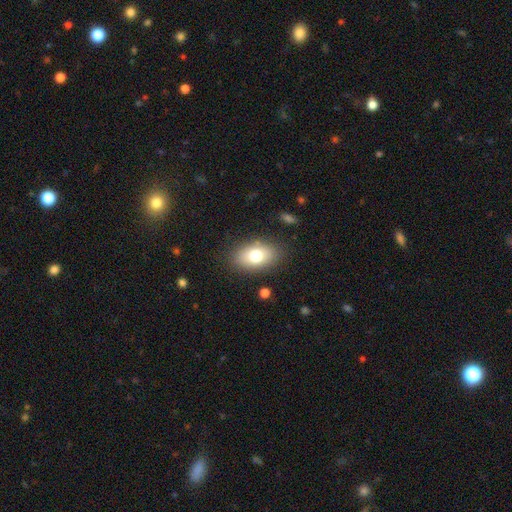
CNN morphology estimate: smooth-or-featured: smooth: 75% | featured or disk: 16% | star or artifact: 9%
  how-rounded: in between: 87% | round: 11% | cigar-shaped: 2%
  merging: none: 84% | minor disturbance: 11% | major disturbance: 4% | merger: 2%